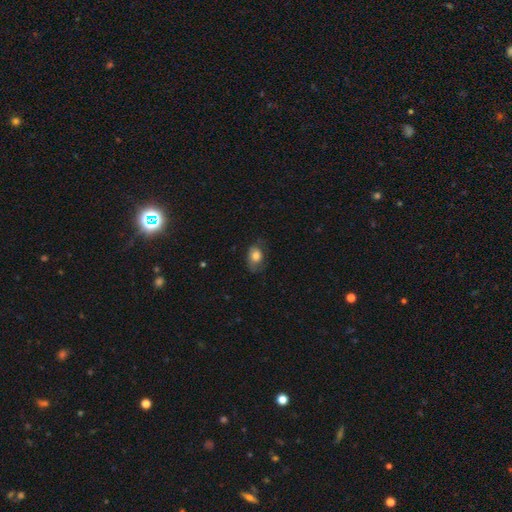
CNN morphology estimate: Smooth or featured: smooth — 78% (featured or disk — 14%)
How rounded: in between — 76% (round — 23%)
Merging: none — 58% (minor disturbance — 28%)